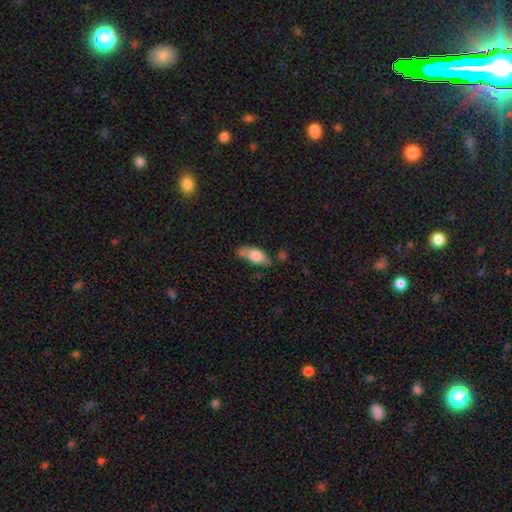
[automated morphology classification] smooth 71%, featured or disk 22%, star or artifact 7%. Down the decision tree: how rounded — in between (80%); merging — none (53%).